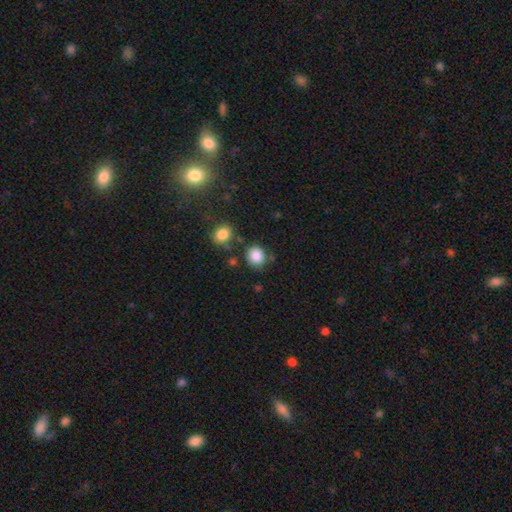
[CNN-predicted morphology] type=smooth (87%); roundness=round (73%); merging=none (74%).